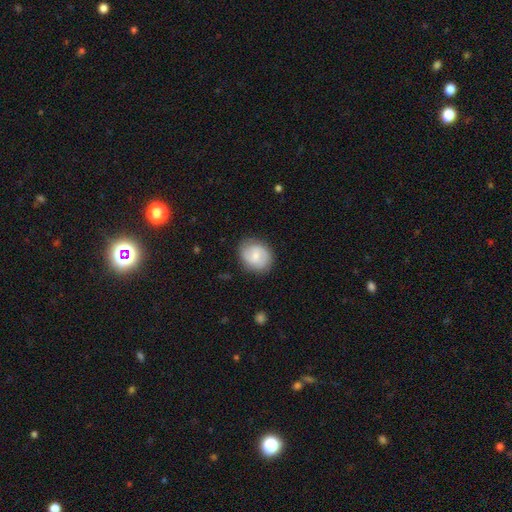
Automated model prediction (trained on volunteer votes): A smooth galaxy with no disk features (50%) that is round (62%).

Vote fractions:
- Smooth or featured? smooth: 50% / featured or disk: 44% / star or artifact: 6%
- How rounded? round: 62% / in between: 37% / cigar-shaped: 1%
- Merging? none: 81% / minor disturbance: 14% / major disturbance: 4% / merger: 1%